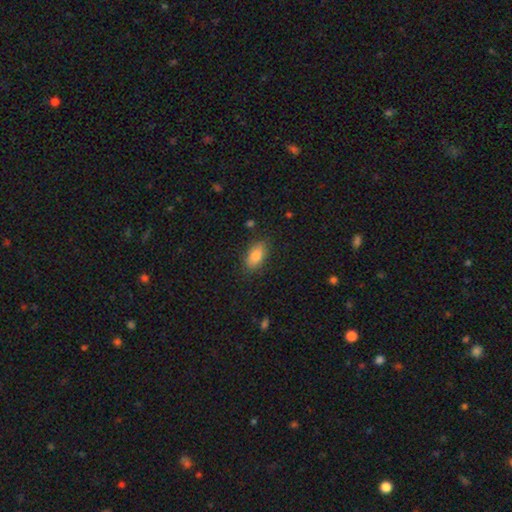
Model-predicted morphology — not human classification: type=smooth (83%); roundness=in between (90%); merging=none (83%).